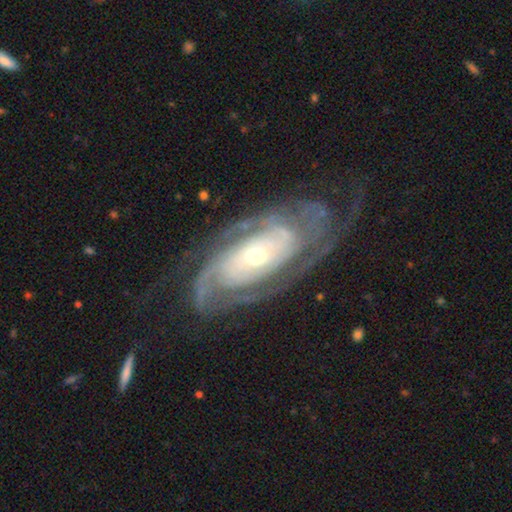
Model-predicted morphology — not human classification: A featured or disk galaxy (90%) with no bar (67%), 2 (34%) tight (66%) spiral arms (96%) and a moderate central bulge (52%). Merging: none (68%).